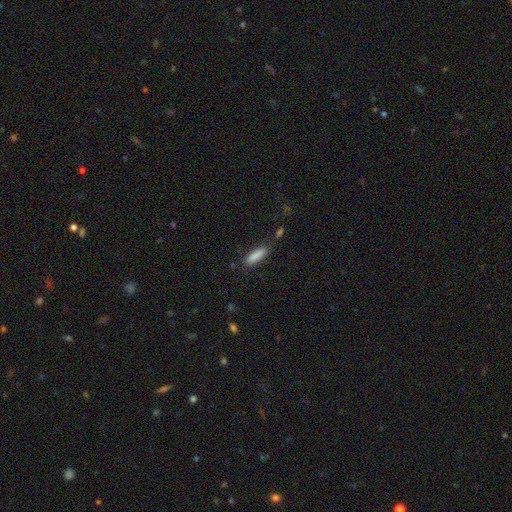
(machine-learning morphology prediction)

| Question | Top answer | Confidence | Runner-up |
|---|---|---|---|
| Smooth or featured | smooth | 86% | featured or disk (7%) |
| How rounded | cigar-shaped | 60% | in between (38%) |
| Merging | none | 77% | minor disturbance (15%) |